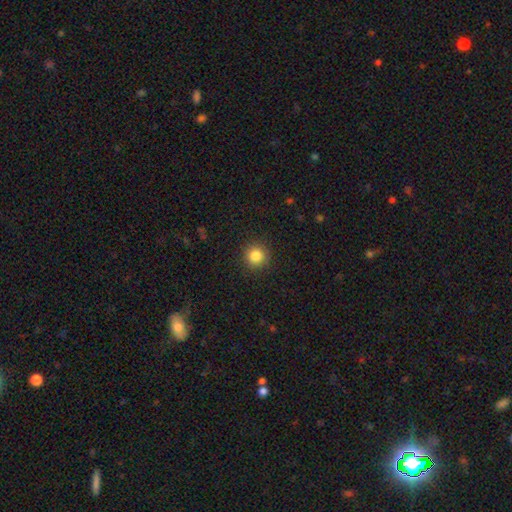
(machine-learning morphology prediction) Smooth or featured?
  - smooth: 84% *
  - star or artifact: 11%
  - featured or disk: 5%
How rounded?
  - round: 94% *
  - in between: 5%
  - cigar-shaped: 1%
Merging?
  - none: 91% *
  - minor disturbance: 5%
  - major disturbance: 2%
  - merger: 1%